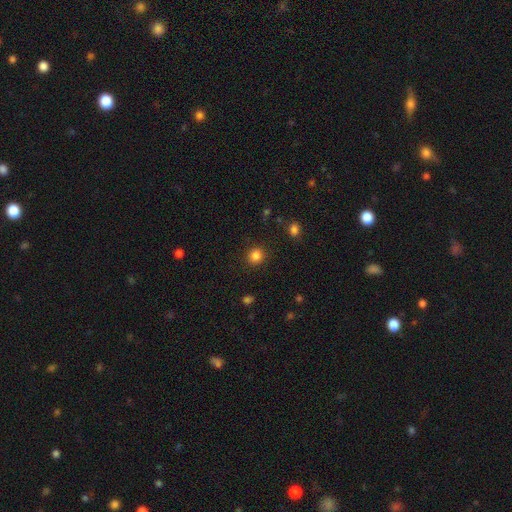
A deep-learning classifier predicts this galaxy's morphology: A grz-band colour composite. It shows a smooth galaxy with no disk features (84%) that is round (86%). Merging: none (89%).